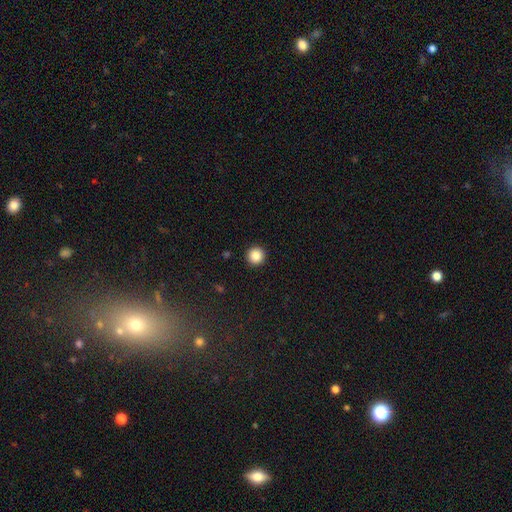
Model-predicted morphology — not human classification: Smooth or featured?
  - smooth: 87% *
  - star or artifact: 10%
  - featured or disk: 4%
How rounded?
  - round: 96% *
  - in between: 3%
  - cigar-shaped: 1%
Merging?
  - none: 93% *
  - minor disturbance: 4%
  - major disturbance: 2%
  - merger: 1%